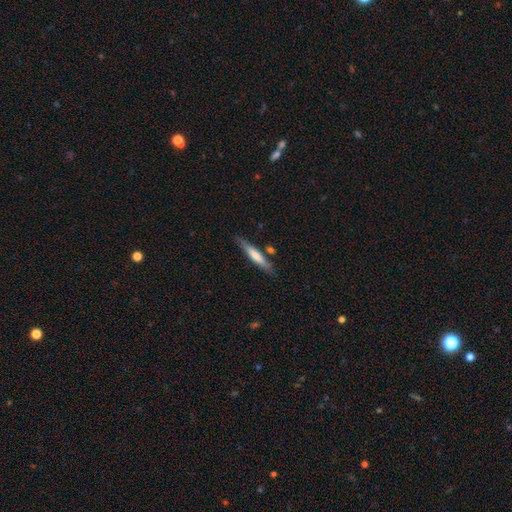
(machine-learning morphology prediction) Smooth or featured? smooth (63%)
How rounded? cigar-shaped (90%)
Merging? none (79%)